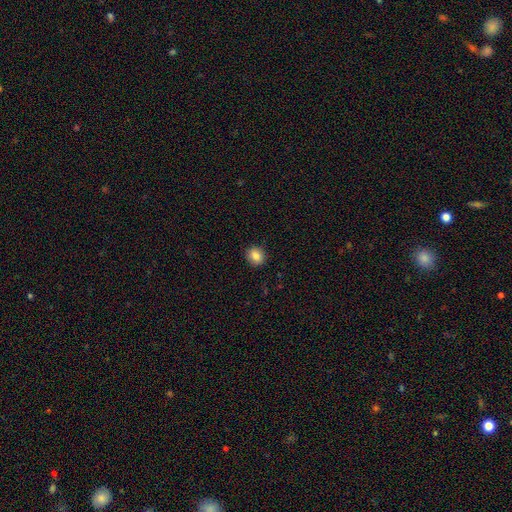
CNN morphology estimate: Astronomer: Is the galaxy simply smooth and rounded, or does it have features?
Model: smooth — 84%.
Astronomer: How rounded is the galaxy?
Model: round — 75%.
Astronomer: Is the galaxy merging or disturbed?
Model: none — 91%.